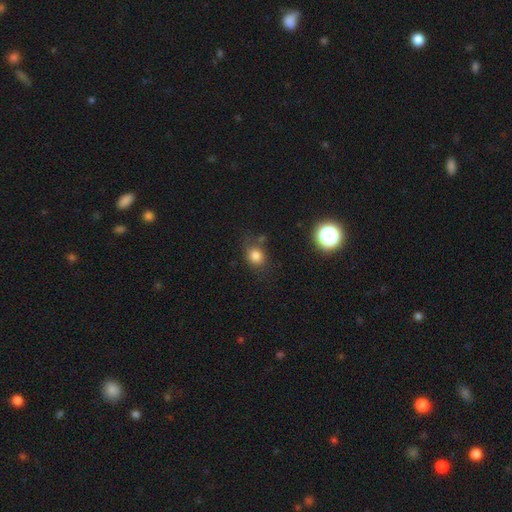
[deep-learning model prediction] Smooth or featured? Predicted: smooth (p=0.80). How rounded? Predicted: round (p=0.64). Merging? Predicted: none (p=0.70).